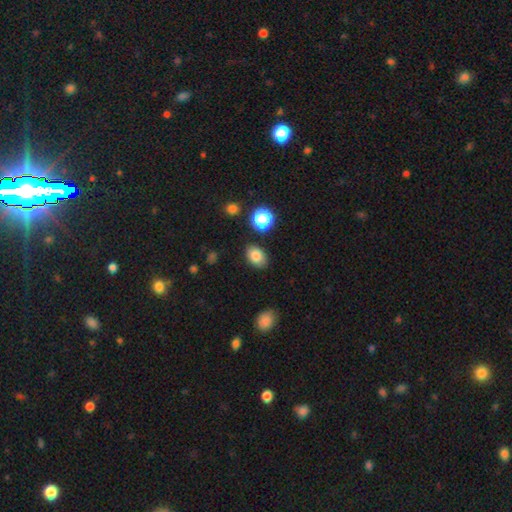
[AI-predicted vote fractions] This is clearly a smooth galaxy (82%). How rounded: likely in between (79%). Merging: clearly none (85%).